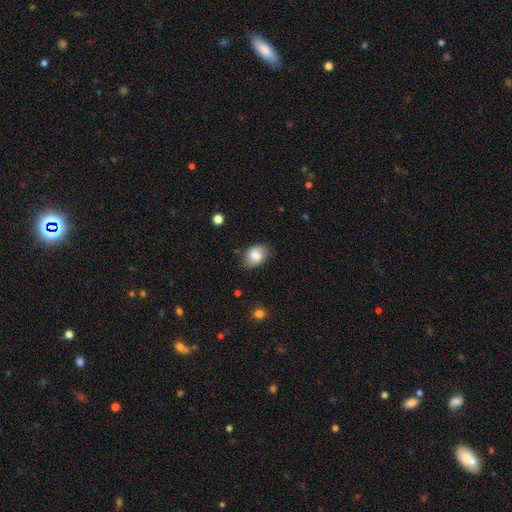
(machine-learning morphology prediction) Q: Smooth or featured?
A: smooth (80%); runner-up: featured or disk (12%)
Q: How rounded?
A: in between (75%); runner-up: round (24%)
Q: Merging?
A: none (78%); runner-up: minor disturbance (17%)